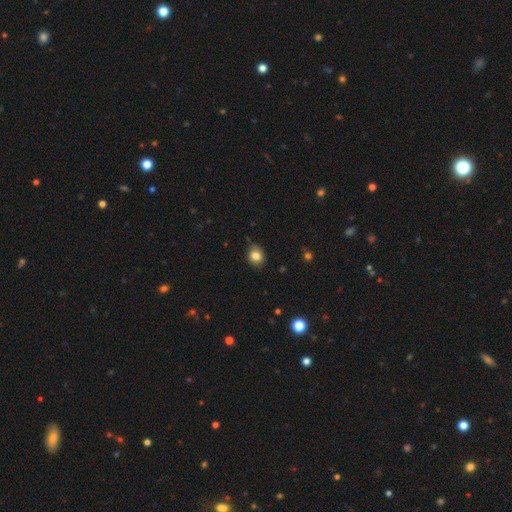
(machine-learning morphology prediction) smooth-or-featured: smooth: 83% | star or artifact: 10% | featured or disk: 6%
  how-rounded: round: 63% | in between: 36% | cigar-shaped: 1%
  merging: none: 83% | minor disturbance: 14% | major disturbance: 2% | merger: 1%